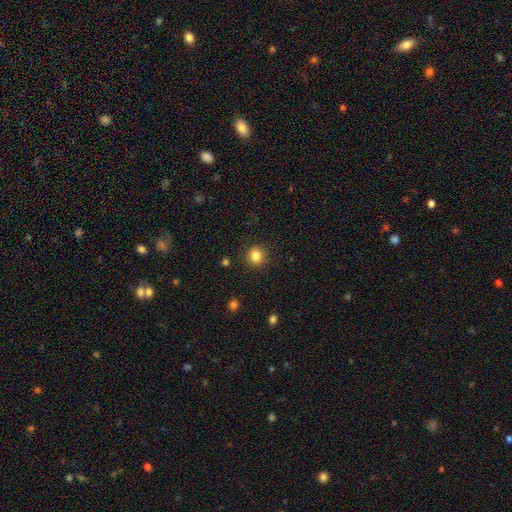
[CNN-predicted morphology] smooth 84%, star or artifact 11%, featured or disk 5%. Down the decision tree: how rounded — round (93%); merging — none (91%).